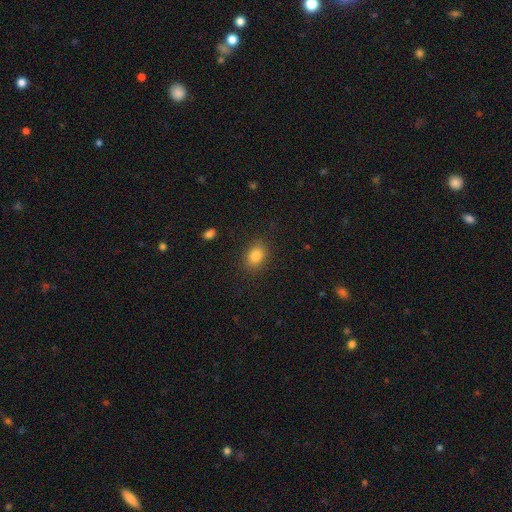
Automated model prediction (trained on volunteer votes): Smooth or featured? Predicted: smooth (p=0.84). How rounded? Predicted: in between (p=0.65). Merging? Predicted: none (p=0.86).